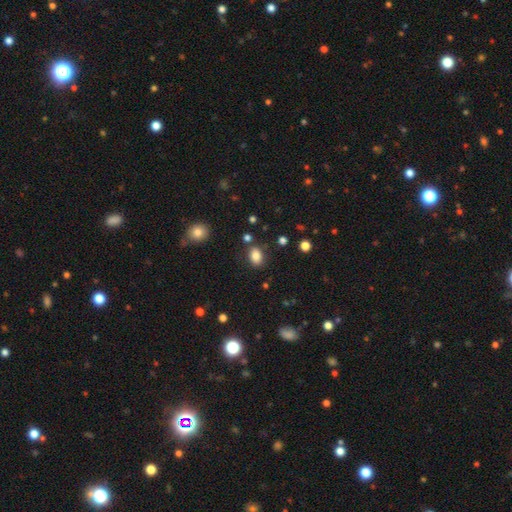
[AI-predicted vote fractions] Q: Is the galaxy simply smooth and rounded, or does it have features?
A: smooth — 84%.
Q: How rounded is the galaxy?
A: in between — 75%.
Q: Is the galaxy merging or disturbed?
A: none — 81%.